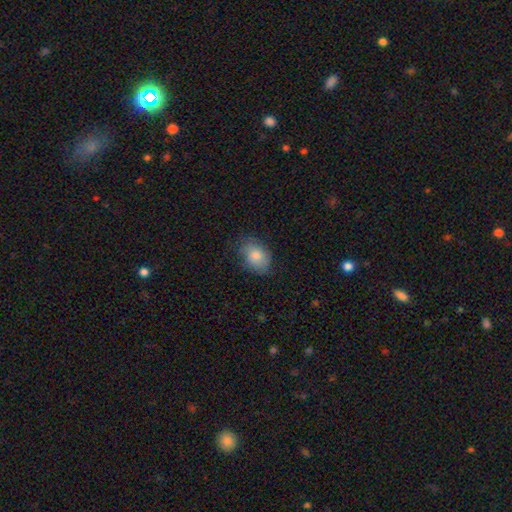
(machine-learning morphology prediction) A smooth galaxy with no disk features (78%) that is in between round and cigar-shaped (75%). Merging: none (72%).